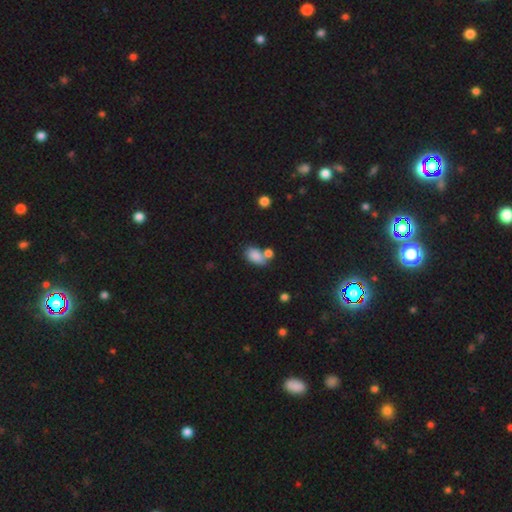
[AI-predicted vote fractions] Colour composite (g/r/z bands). It shows a smooth galaxy with no disk features (84%) that is in between round and cigar-shaped (87%). Merging: none (45%).